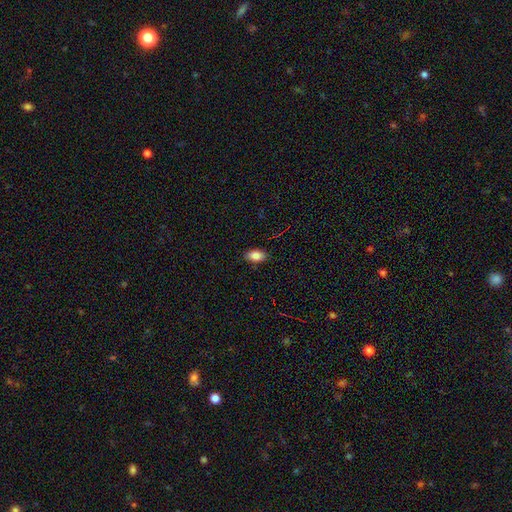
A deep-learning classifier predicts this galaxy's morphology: Smooth or featured? smooth (85%)
How rounded? in between (91%)
Merging? none (88%)